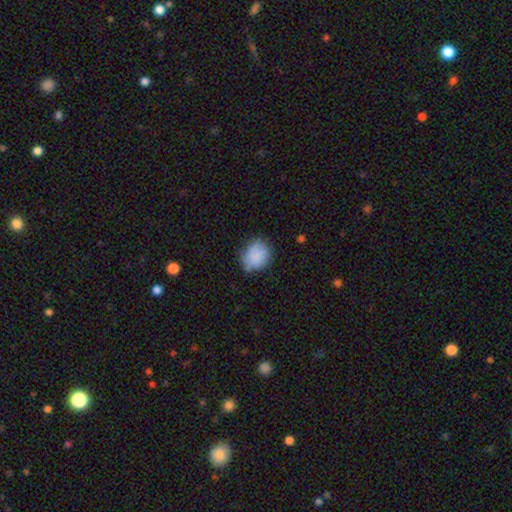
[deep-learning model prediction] Overall: smooth (85%). How rounded: round (69%; in between 30%). Merging: none (67%).